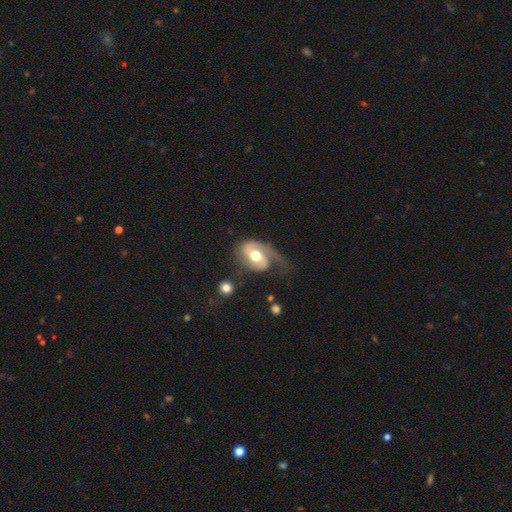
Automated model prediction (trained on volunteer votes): Smooth or featured? Predicted: featured or disk (p=0.77). Edge-on disk? Predicted: no (p=0.97). Bar? Predicted: no (p=0.54). Spiral arms? Predicted: yes (p=0.92). Spiral winding? Predicted: medium (p=0.41). Spiral arm count? Predicted: 2 (p=0.49). Bulge size? Predicted: moderate (p=0.71). Merging? Predicted: none (p=0.37).